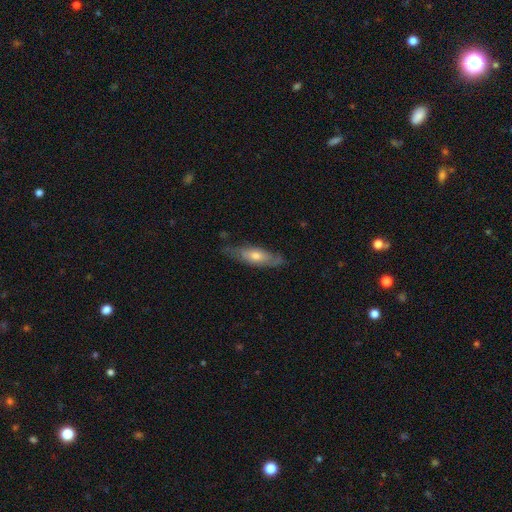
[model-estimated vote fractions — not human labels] This appears to be a featured or disk galaxy (51%). Merging: none (72%).